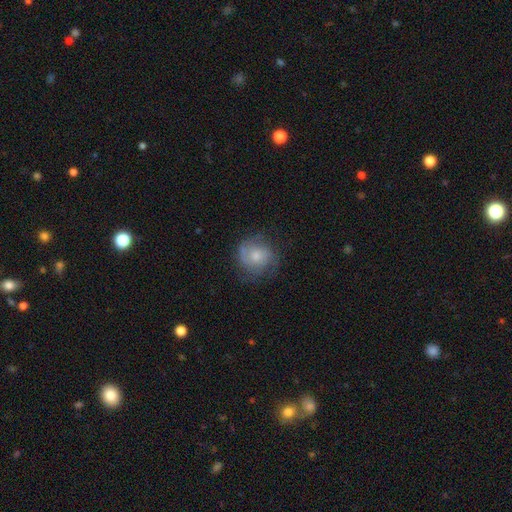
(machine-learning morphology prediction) featured or disk 48%, smooth 44%, star or artifact 8%. Down the decision tree: merging — none (63%).